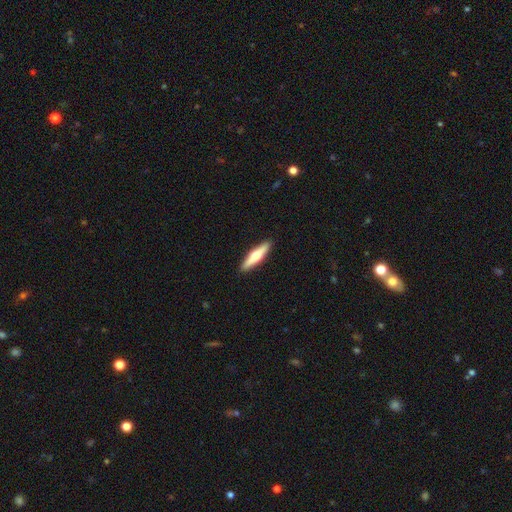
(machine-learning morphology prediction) A smooth galaxy with no disk features (49%).

Vote fractions:
- Smooth or featured? smooth: 49% / featured or disk: 46% / star or artifact: 5%
- Merging? none: 91% / minor disturbance: 6% / major disturbance: 1% / merger: 1%